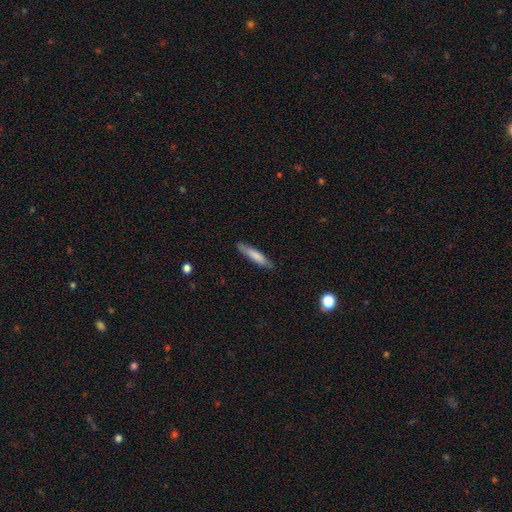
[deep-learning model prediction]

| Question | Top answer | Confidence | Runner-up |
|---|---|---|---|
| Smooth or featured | smooth | 76% | featured or disk (18%) |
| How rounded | cigar-shaped | 84% | in between (15%) |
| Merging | none | 81% | minor disturbance (15%) |